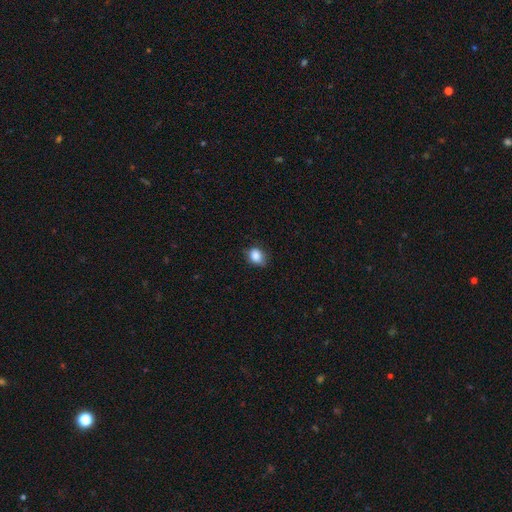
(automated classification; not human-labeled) Smooth or featured? Predicted: smooth (p=0.86). How rounded? Predicted: in between (p=0.54). Merging? Predicted: none (p=0.68).